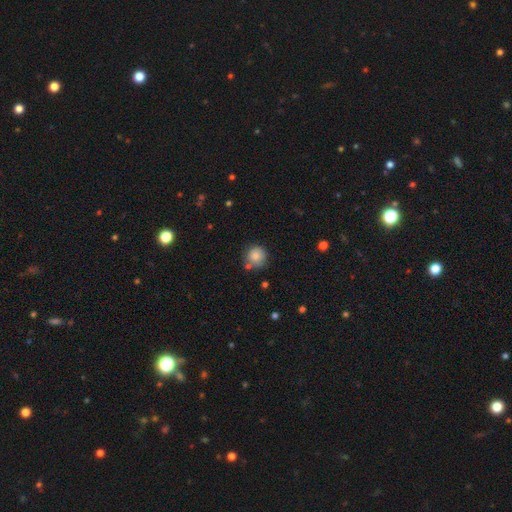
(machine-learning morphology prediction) smooth-or-featured: smooth: 83% | star or artifact: 9% | featured or disk: 8%
  how-rounded: round: 93% | in between: 6% | cigar-shaped: 1%
  merging: none: 74% | minor disturbance: 15% | merger: 8% | major disturbance: 4%